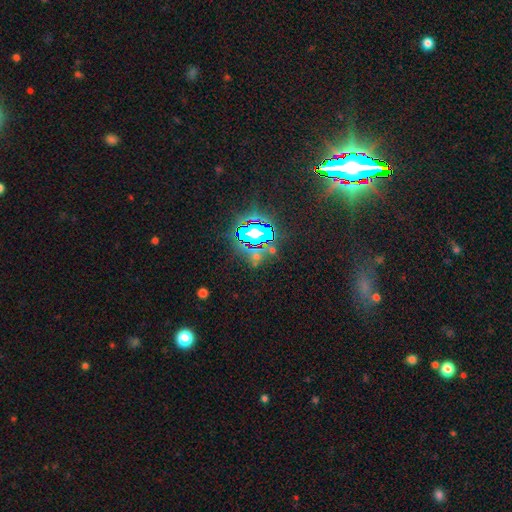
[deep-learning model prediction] smooth_or_featured: star or artifact (p=0.73) [alt: smooth p=0.16]